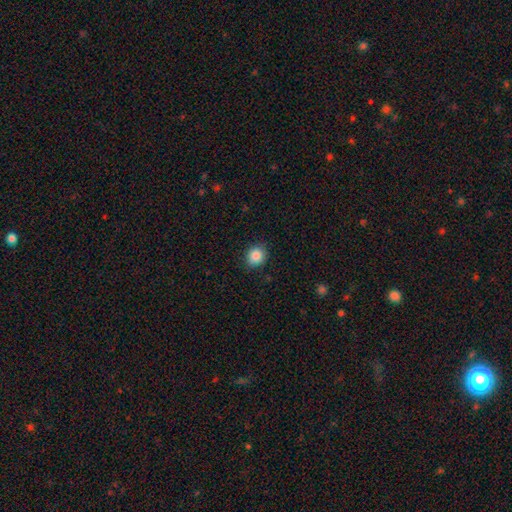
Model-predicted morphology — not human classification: A smooth galaxy with no disk features (87%) that is round (78%). Merging: none (88%).